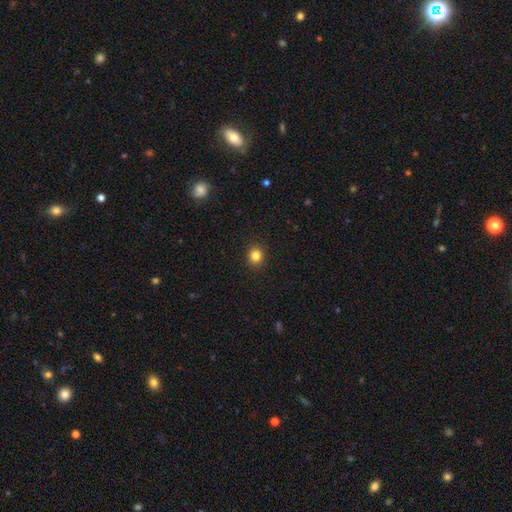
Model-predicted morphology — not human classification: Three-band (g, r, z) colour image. It shows a smooth galaxy with no disk features (84%) that is round (83%). Merging: none (91%).